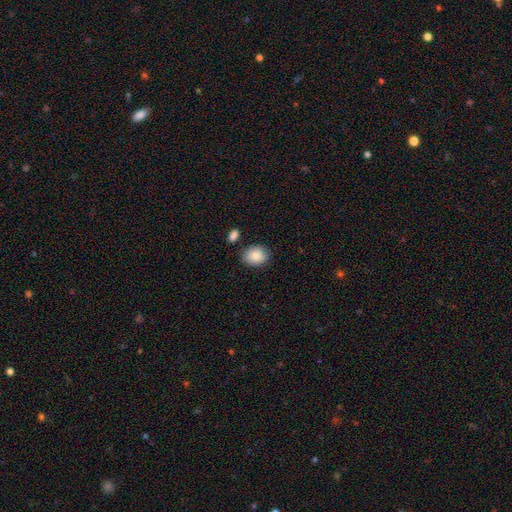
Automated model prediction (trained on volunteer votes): This is clearly a smooth galaxy (87%). How rounded: likely in between (61%). Merging: likely none (79%).